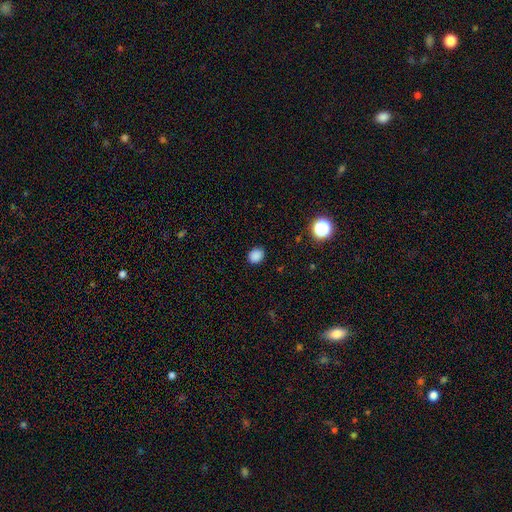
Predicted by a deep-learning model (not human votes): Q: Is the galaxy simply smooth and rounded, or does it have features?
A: smooth — 85%.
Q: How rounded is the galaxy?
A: round — 64%.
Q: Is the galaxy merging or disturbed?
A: none — 88%.